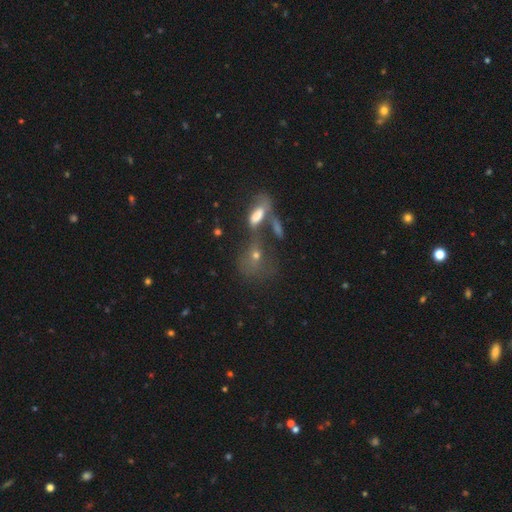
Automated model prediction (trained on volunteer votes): smooth 52%, featured or disk 31%, star or artifact 17%. Down the decision tree: how rounded — in between (60%); merging — merger (50%).